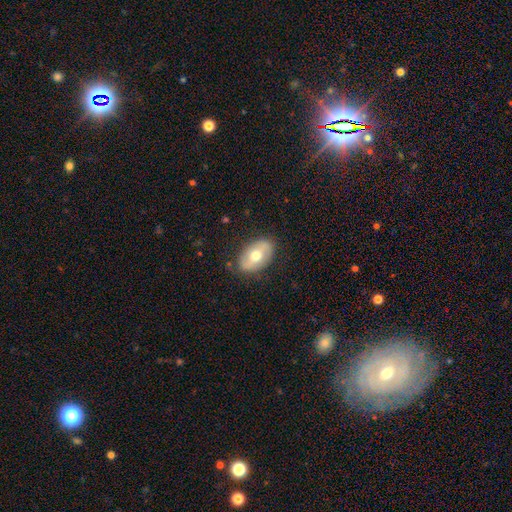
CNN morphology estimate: smooth_or_featured: smooth (p=0.54) [alt: featured or disk p=0.40]
how_rounded: in between (p=0.89) [alt: round p=0.09]
merging: none (p=0.82) [alt: minor disturbance p=0.14]